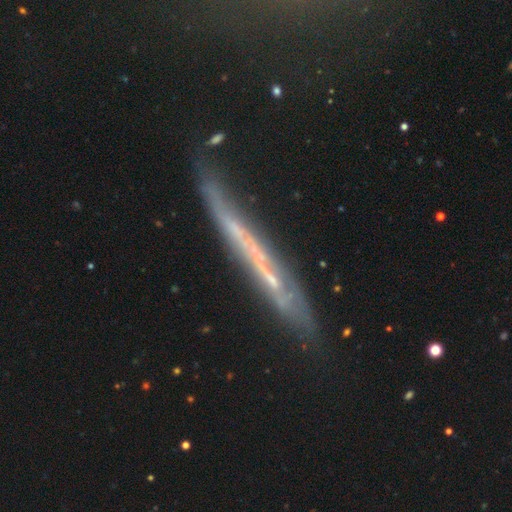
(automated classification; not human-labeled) Smooth or featured? featured or disk (65%)
Edge-on disk? yes (83%)
Edge-on bulge? none (86%)
Merging? none (65%)